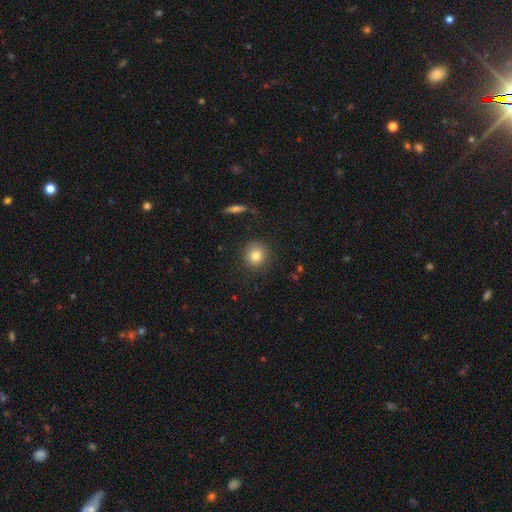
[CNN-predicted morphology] This appears to be a smooth galaxy with no disk features (81%) that is round (92%). Merging: none (88%).